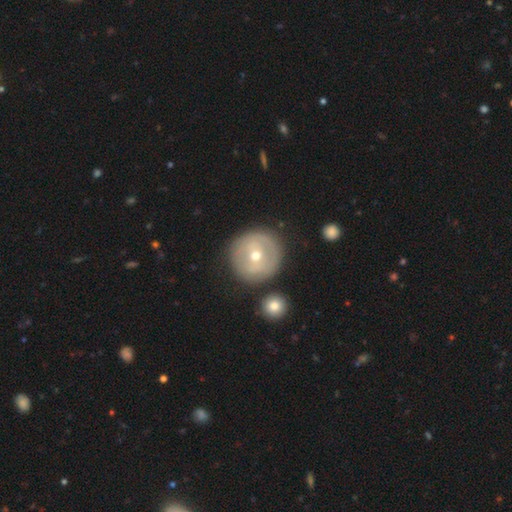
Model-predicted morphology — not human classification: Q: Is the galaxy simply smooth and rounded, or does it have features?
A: featured or disk — 51%.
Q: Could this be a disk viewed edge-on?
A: no — 95%.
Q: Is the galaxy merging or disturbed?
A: none — 82%.